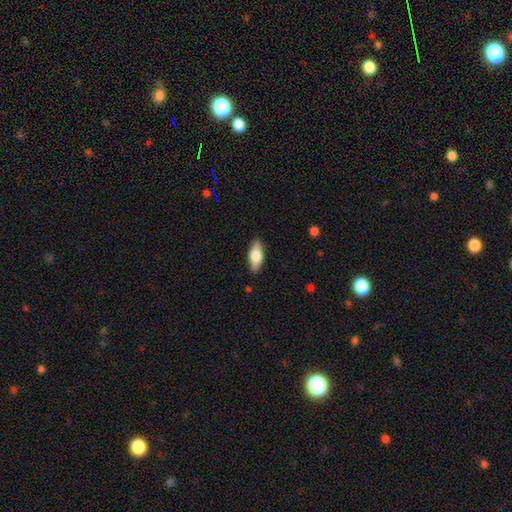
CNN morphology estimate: type=smooth (70%); roundness=in between (80%); merging=none (87%).